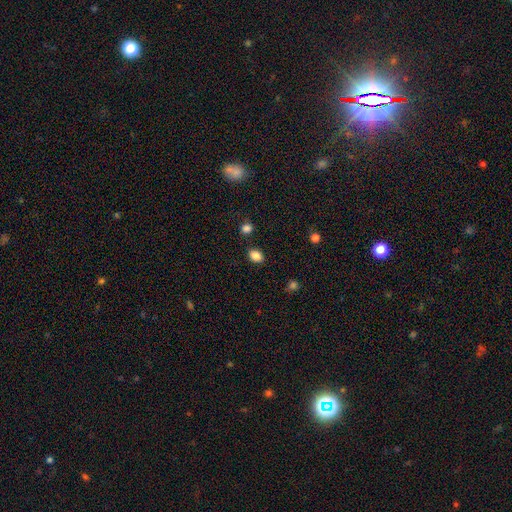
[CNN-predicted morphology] smooth-or-featured: smooth: 86% | star or artifact: 10% | featured or disk: 4%
  how-rounded: in between: 73% | round: 26% | cigar-shaped: 1%
  merging: none: 84% | minor disturbance: 10% | merger: 4% | major disturbance: 3%